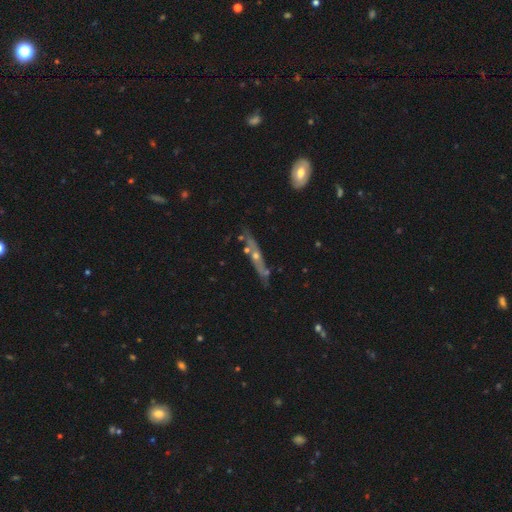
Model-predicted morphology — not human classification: Overall: featured or disk (67%). Edge-on disk: yes (77%). Edge-on bulge: rounded (74%). Merging: none (70%).